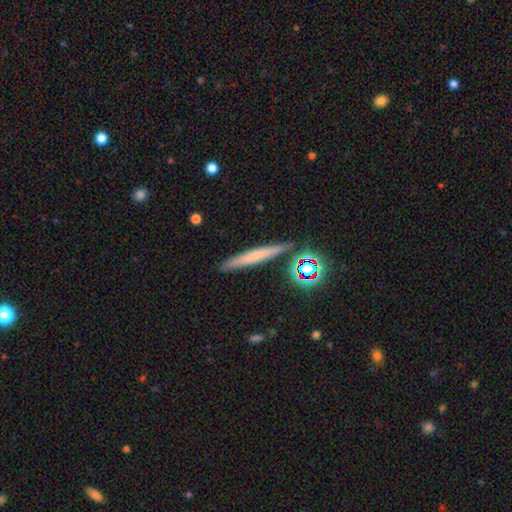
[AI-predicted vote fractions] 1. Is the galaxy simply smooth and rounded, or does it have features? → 56% smooth, 31% featured or disk, 13% star or artifact.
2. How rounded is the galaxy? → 93% cigar-shaped, 4% in between, 3% round.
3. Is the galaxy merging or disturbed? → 87% none, 8% minor disturbance, 3% merger, 2% major disturbance.